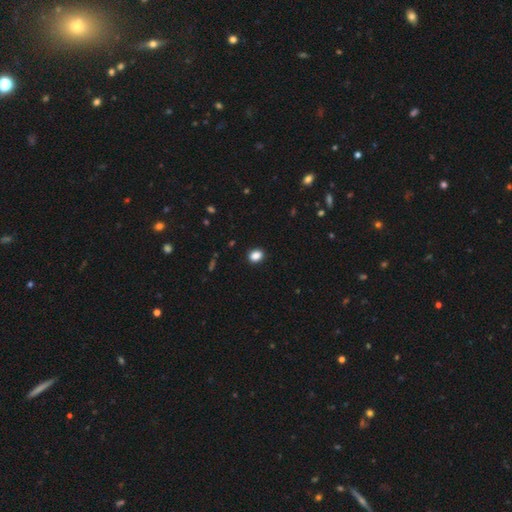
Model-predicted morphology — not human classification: Smooth or featured? Predicted: smooth (p=0.88). How rounded? Predicted: in between (p=0.60). Merging? Predicted: none (p=0.90).